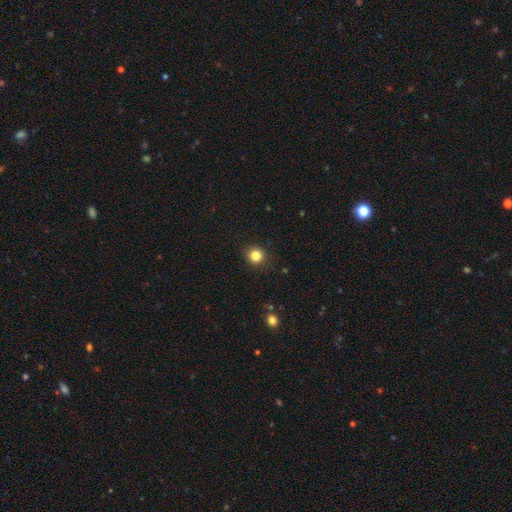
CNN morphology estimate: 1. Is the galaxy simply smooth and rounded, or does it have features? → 83% smooth, 12% star or artifact, 5% featured or disk.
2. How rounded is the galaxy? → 90% round, 9% in between, 1% cigar-shaped.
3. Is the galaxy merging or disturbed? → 90% none, 7% minor disturbance, 2% major disturbance, 1% merger.